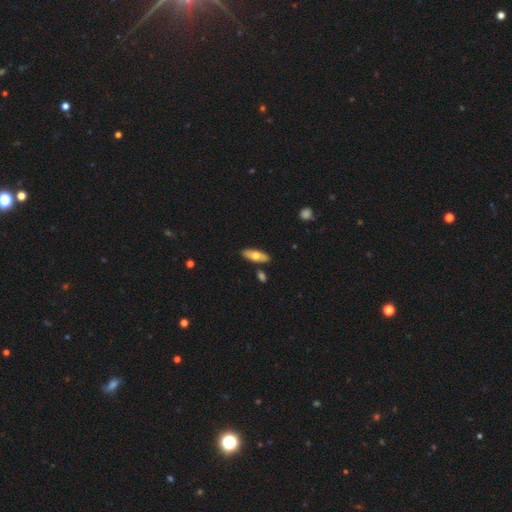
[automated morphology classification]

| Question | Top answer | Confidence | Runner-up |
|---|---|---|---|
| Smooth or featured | smooth | 63% | featured or disk (31%) |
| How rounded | in between | 69% | cigar-shaped (29%) |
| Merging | none | 84% | minor disturbance (10%) |